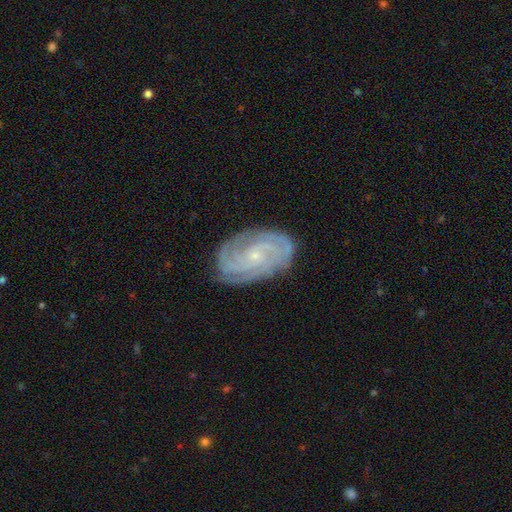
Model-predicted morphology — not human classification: Smooth or featured? featured or disk (84%)
Edge-on disk? no (96%)
Bar? no (69%)
Spiral arms? yes (97%)
Spiral winding? tight (71%)
Spiral arm count? can't tell (24%)
Bulge size? small (81%)
Merging? none (81%)